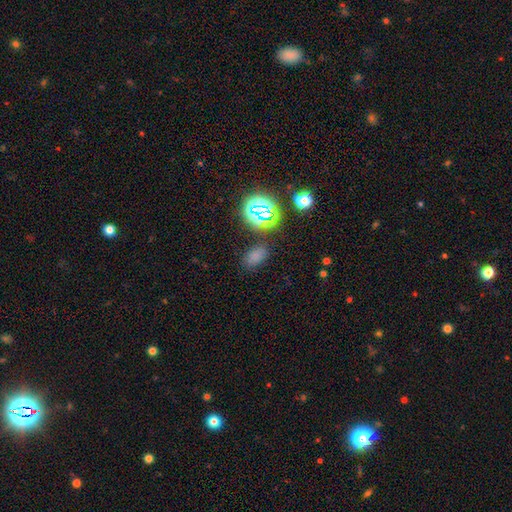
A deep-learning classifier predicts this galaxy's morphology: smooth 67%, star or artifact 28%, featured or disk 6%. Down the decision tree: how rounded — in between (85%); merging — none (79%).